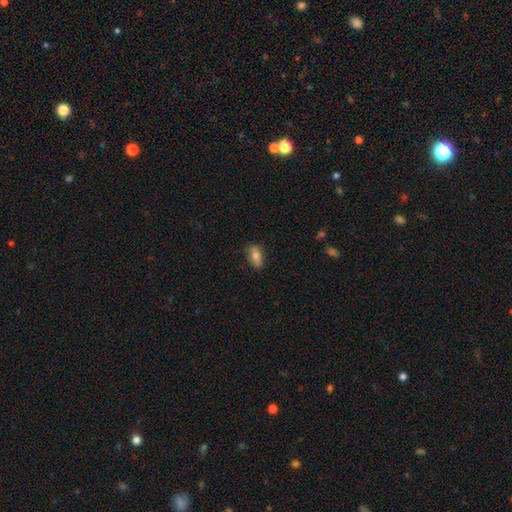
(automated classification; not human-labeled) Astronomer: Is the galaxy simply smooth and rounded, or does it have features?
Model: smooth — 75%.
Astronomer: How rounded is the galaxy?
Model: in between — 85%.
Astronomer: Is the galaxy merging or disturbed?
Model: none — 81%.